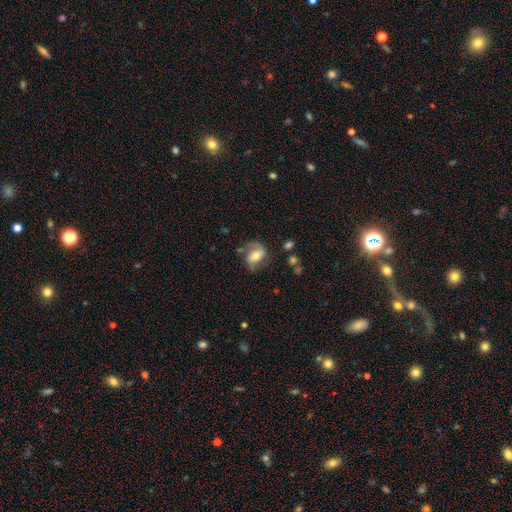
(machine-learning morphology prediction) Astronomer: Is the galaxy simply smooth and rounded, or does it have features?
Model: featured or disk — 52% (runner-up: smooth, 40%).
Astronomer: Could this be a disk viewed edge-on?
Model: no — 95%.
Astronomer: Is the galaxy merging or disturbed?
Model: none — 62%.